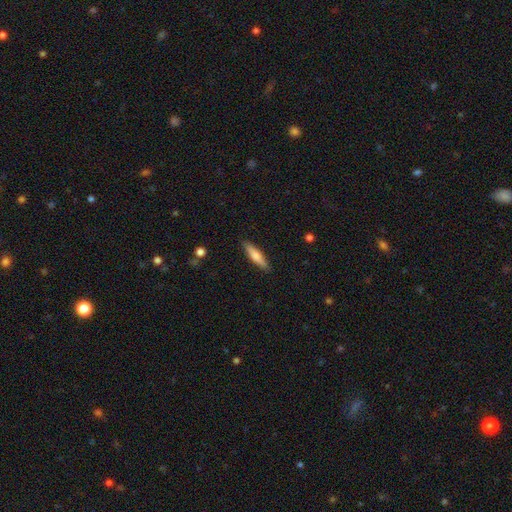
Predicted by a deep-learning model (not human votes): A smooth galaxy with no disk features (68%) that is cigar-shaped (78%).

Vote fractions:
- Smooth or featured? smooth: 68% / featured or disk: 27% / star or artifact: 6%
- How rounded? cigar-shaped: 78% / in between: 20% / round: 2%
- Merging? none: 89% / minor disturbance: 8% / major disturbance: 2% / merger: 1%